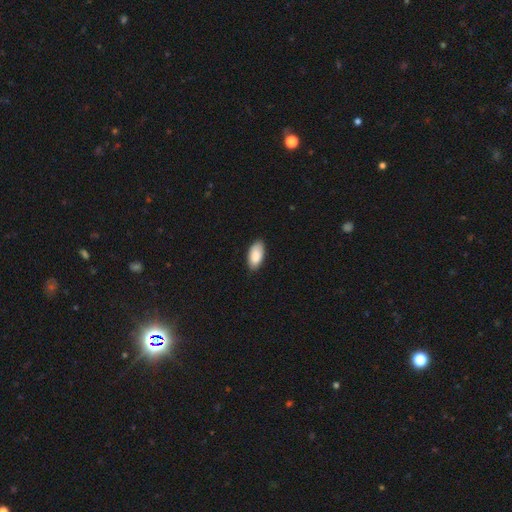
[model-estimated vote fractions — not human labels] Smooth or featured? smooth (89%)
How rounded? in between (94%)
Merging? none (83%)